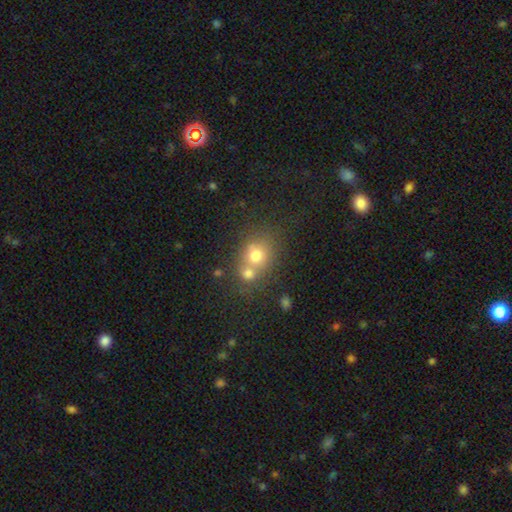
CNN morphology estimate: Q: Smooth or featured?
A: smooth (70%); runner-up: star or artifact (15%)
Q: How rounded?
A: round (74%); runner-up: in between (25%)
Q: Merging?
A: merger (48%); runner-up: none (40%)